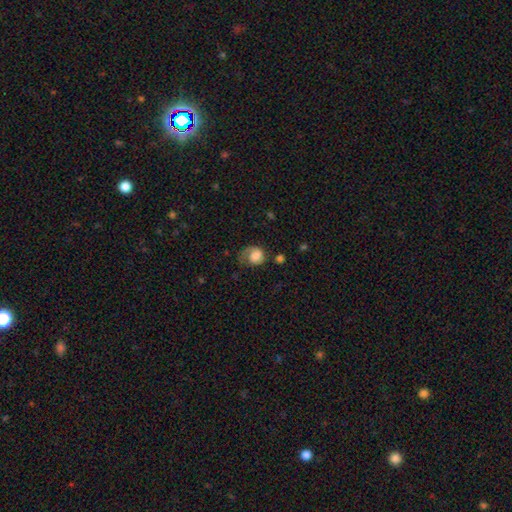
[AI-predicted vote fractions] smooth 52%, featured or disk 39%, star or artifact 8%. Down the decision tree: how rounded — round (53%); merging — major disturbance (37%).